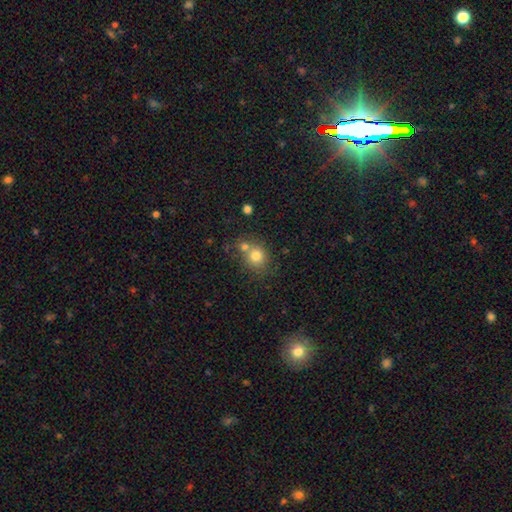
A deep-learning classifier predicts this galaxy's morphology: A smooth galaxy with no disk features (78%) that is round (79%).

Vote fractions:
- Smooth or featured? smooth: 78% / star or artifact: 12% / featured or disk: 10%
- How rounded? round: 79% / in between: 20% / cigar-shaped: 1%
- Merging? none: 55% / merger: 31% / minor disturbance: 10% / major disturbance: 4%